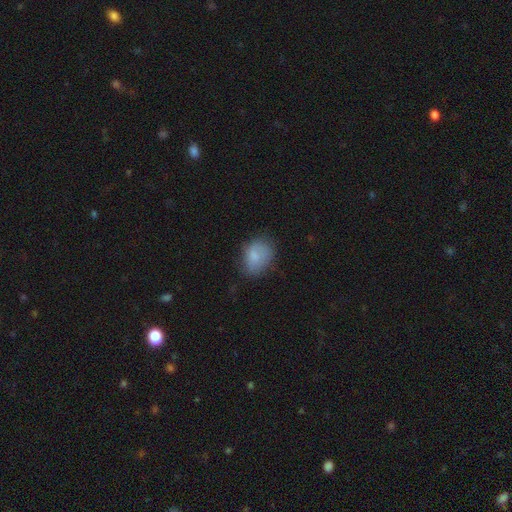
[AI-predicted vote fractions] This appears to be a smooth galaxy with no disk features (79%) that is in between round and cigar-shaped (64%). Merging: none (59%).